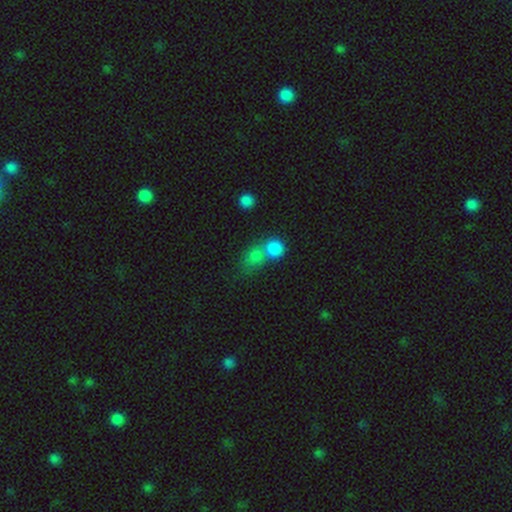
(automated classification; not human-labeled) This appears to be a smooth galaxy with no disk features (77%) that is round (69%). Merging: merger (51%).